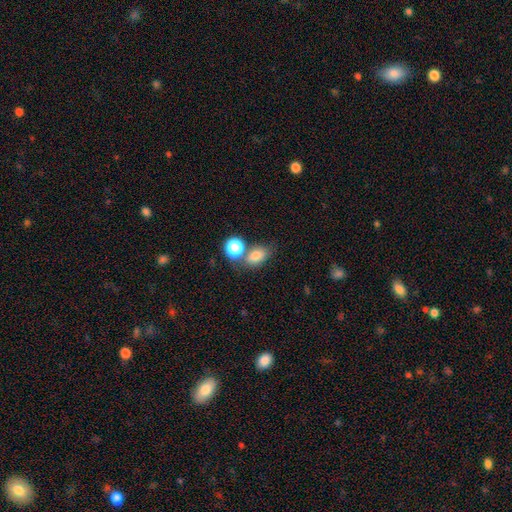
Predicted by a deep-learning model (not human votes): smooth 76%, star or artifact 14%, featured or disk 10%. Down the decision tree: how rounded — in between (73%); merging — none (56%).